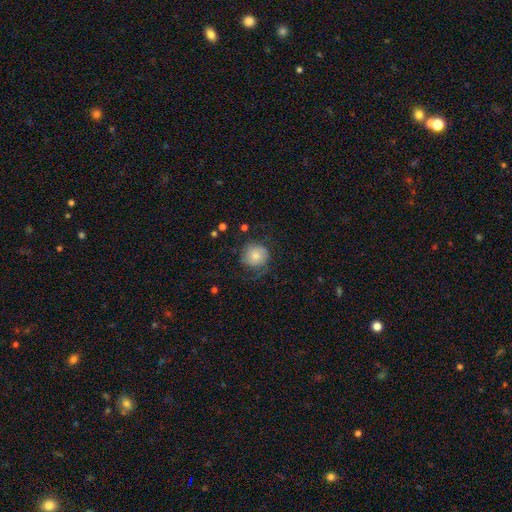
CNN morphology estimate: Overall: smooth (59%; featured or disk 33%). How rounded: round (86%). Merging: none (58%; minor disturbance 23%).